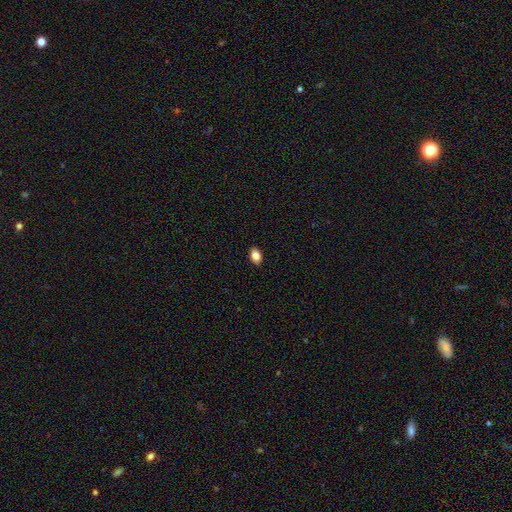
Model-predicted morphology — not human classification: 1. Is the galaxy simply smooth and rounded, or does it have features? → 85% smooth, 9% star or artifact, 6% featured or disk.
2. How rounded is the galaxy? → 81% in between, 17% round, 1% cigar-shaped.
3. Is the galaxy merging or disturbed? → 90% none, 8% minor disturbance, 2% major disturbance, 1% merger.